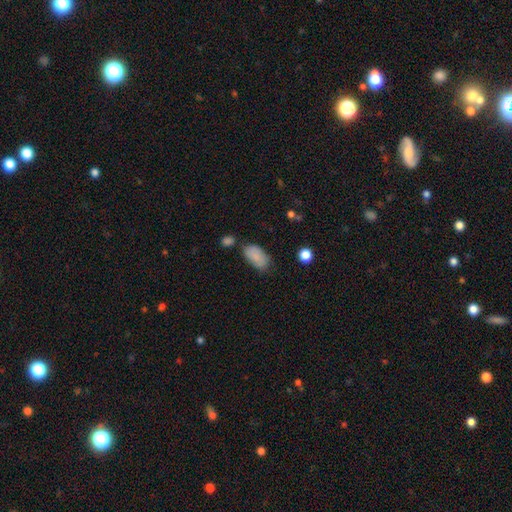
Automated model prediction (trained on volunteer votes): Smooth or featured: smooth — 84% (star or artifact — 8%)
How rounded: in between — 93% (round — 4%)
Merging: none — 58% (minor disturbance — 26%)